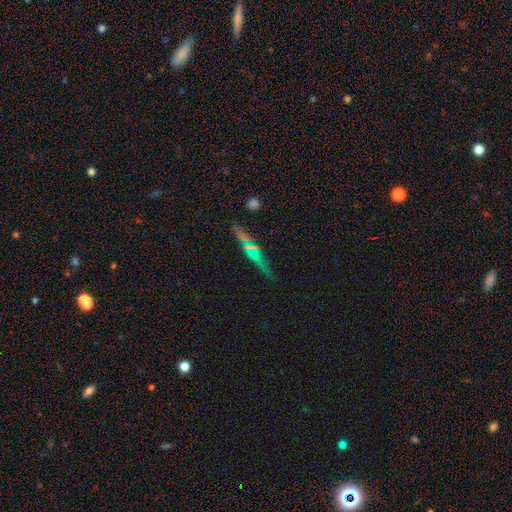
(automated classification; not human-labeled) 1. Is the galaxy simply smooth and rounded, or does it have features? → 38% smooth, 33% featured or disk, 29% star or artifact.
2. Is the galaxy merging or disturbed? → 80% none, 12% minor disturbance, 4% major disturbance, 4% merger.